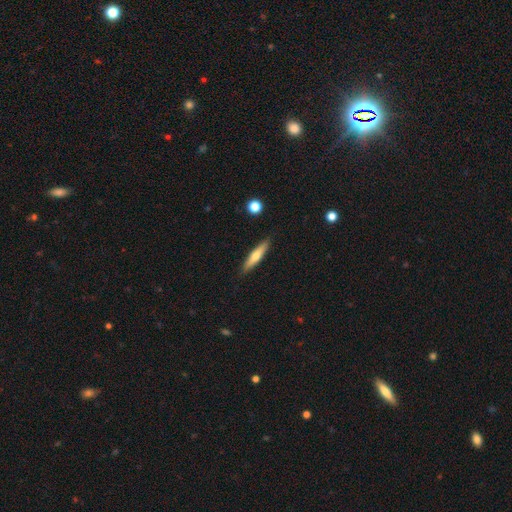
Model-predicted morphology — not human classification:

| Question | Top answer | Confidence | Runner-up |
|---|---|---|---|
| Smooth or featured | smooth | 58% | featured or disk (36%) |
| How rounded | cigar-shaped | 84% | in between (14%) |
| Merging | none | 88% | minor disturbance (9%) |